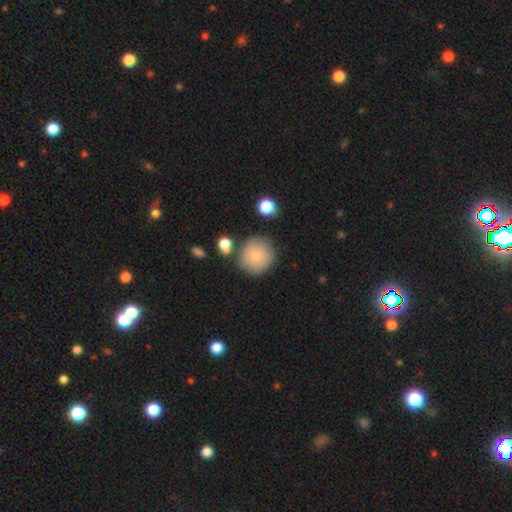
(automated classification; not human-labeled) Morphology: type=smooth (77%); roundness=round (93%); merging=none (78%).